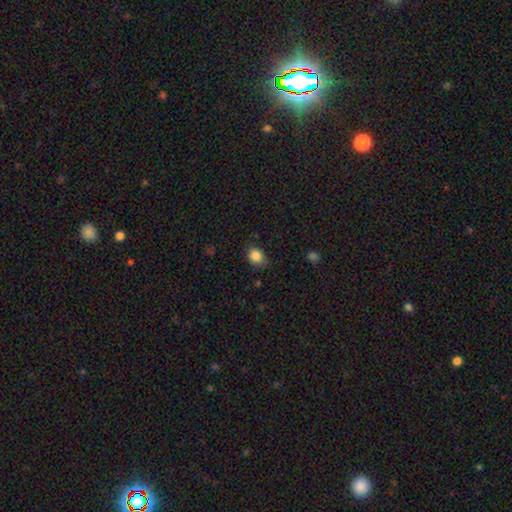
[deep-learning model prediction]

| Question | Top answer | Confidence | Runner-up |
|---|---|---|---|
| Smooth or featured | smooth | 86% | star or artifact (10%) |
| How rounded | round | 55% | in between (44%) |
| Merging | none | 74% | minor disturbance (20%) |